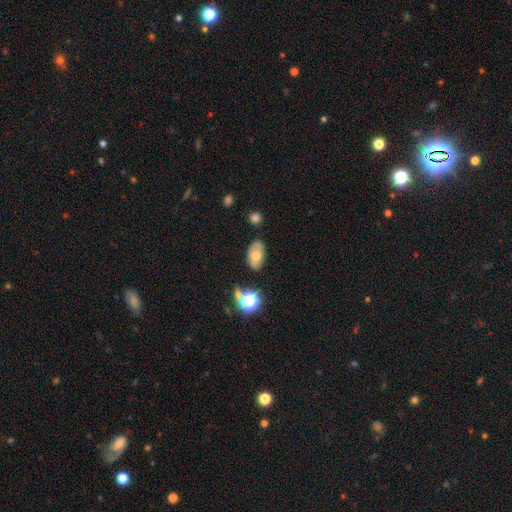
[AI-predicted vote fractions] smooth-or-featured: smooth: 61% | featured or disk: 28% | star or artifact: 11%
  how-rounded: in between: 90% | round: 9% | cigar-shaped: 2%
  merging: none: 72% | minor disturbance: 19% | major disturbance: 5% | merger: 4%